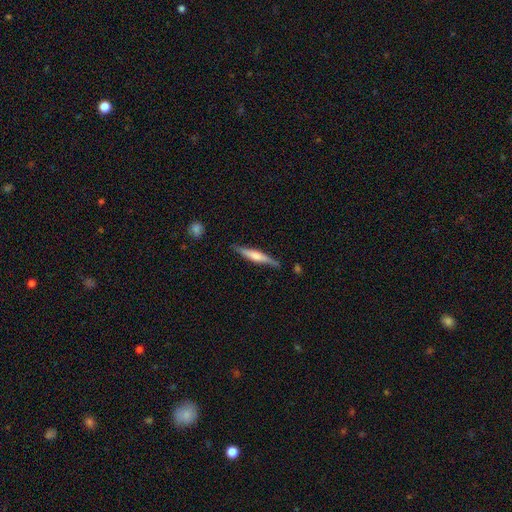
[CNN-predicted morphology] Smooth or featured? featured or disk (58%)
Edge-on disk? yes (96%)
Edge-on bulge? rounded (68%)
Merging? none (82%)